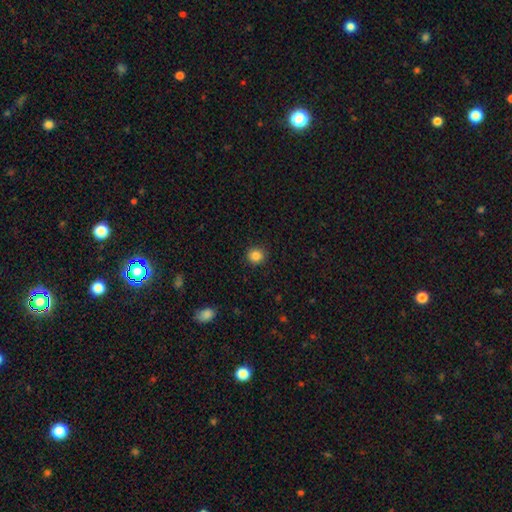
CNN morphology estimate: A smooth galaxy with no disk features (85%) that is round (89%). Merging: none (91%).